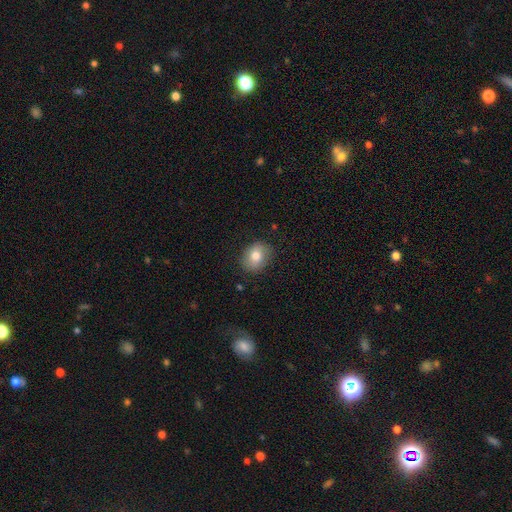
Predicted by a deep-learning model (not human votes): A smooth galaxy with no disk features (78%) that is in between round and cigar-shaped (50%).

Vote fractions:
- Smooth or featured? smooth: 78% / featured or disk: 13% / star or artifact: 9%
- How rounded? in between: 50% / round: 49% / cigar-shaped: 1%
- Merging? none: 84% / minor disturbance: 12% / major disturbance: 3% / merger: 1%